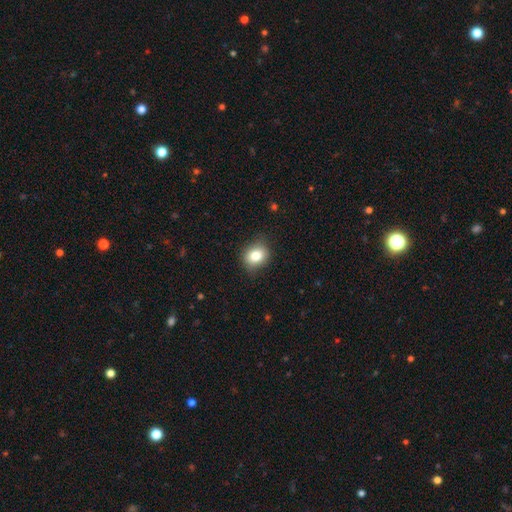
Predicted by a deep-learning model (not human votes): Q: Smooth or featured?
A: smooth (80%); runner-up: star or artifact (10%)
Q: How rounded?
A: round (58%); runner-up: in between (41%)
Q: Merging?
A: none (82%); runner-up: minor disturbance (14%)